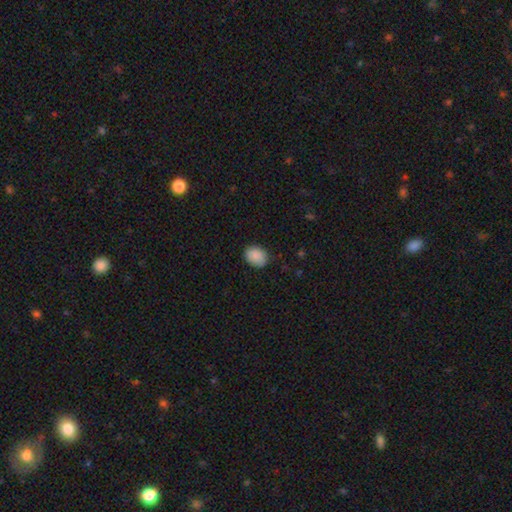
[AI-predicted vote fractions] Smooth or featured? smooth (89%)
How rounded? in between (59%)
Merging? none (84%)